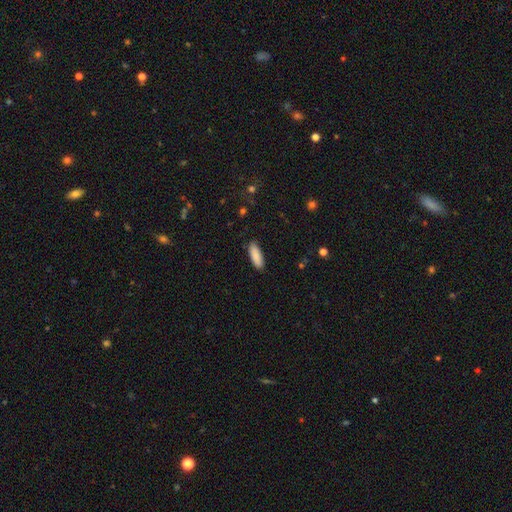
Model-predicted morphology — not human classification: Q: Smooth or featured?
A: smooth (89%); runner-up: star or artifact (6%)
Q: How rounded?
A: in between (59%); runner-up: cigar-shaped (39%)
Q: Merging?
A: none (88%); runner-up: minor disturbance (9%)